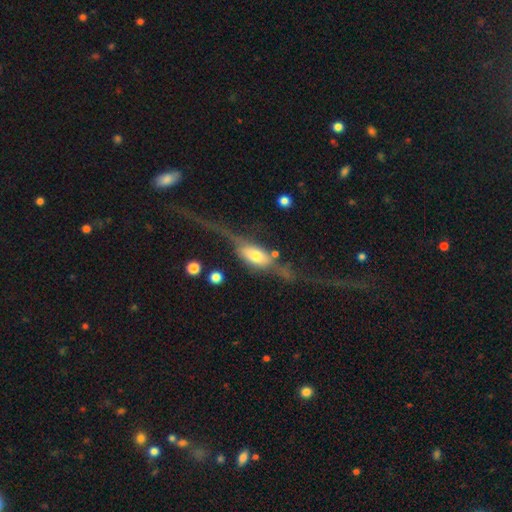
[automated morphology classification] Smooth or featured? Predicted: featured or disk (p=0.54). Edge-on disk? Predicted: yes (p=0.64). Merging? Predicted: major disturbance (p=0.46).